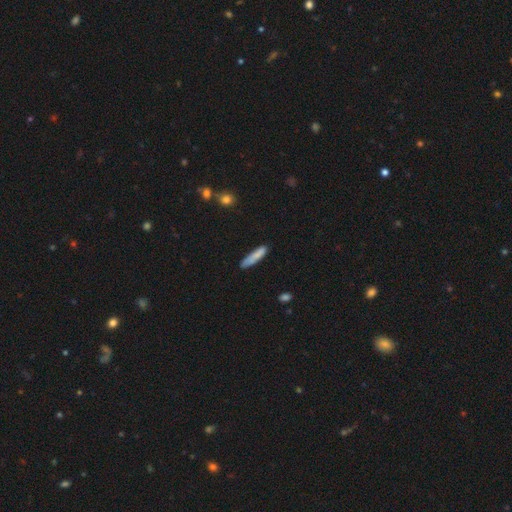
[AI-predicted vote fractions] A smooth galaxy with no disk features (82%) that is cigar-shaped (87%). Merging: none (75%).